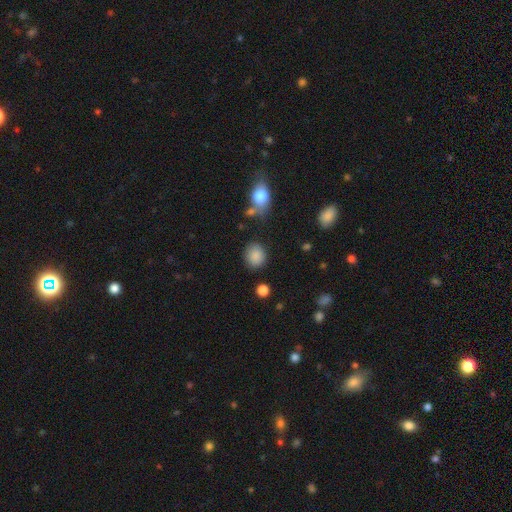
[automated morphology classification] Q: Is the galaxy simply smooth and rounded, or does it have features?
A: smooth — 87%.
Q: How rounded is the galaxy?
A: round — 70%.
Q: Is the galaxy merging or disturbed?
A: none — 82%.